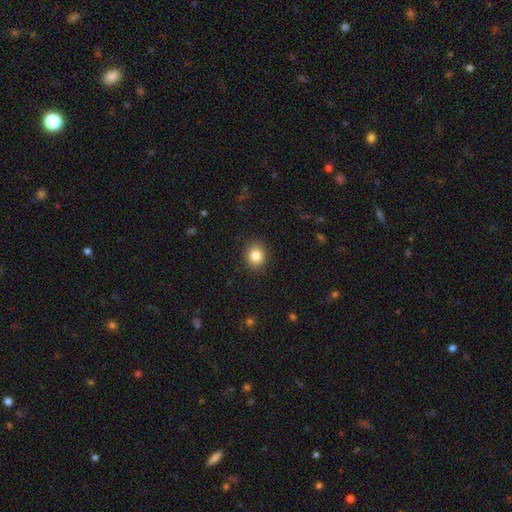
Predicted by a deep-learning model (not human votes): Smooth or featured?
  - smooth: 84% *
  - star or artifact: 10%
  - featured or disk: 5%
How rounded?
  - round: 75% *
  - in between: 24%
  - cigar-shaped: 1%
Merging?
  - none: 89% *
  - minor disturbance: 7%
  - major disturbance: 2%
  - merger: 1%